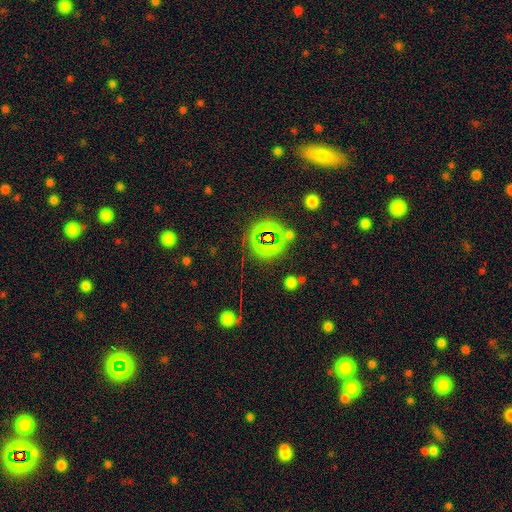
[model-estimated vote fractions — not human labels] star or artifact 69%, smooth 19%, featured or disk 12%.